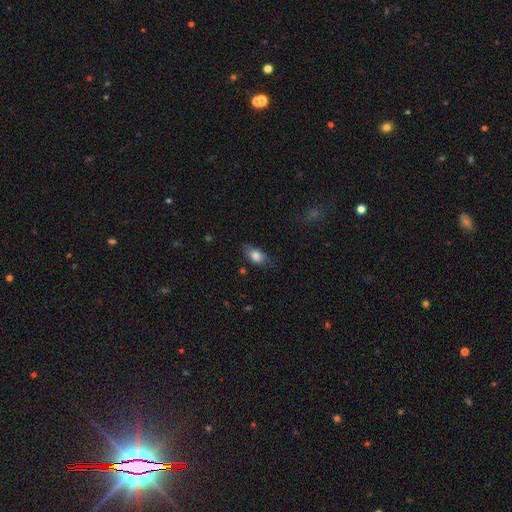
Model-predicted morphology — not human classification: smooth-or-featured: smooth: 79% | featured or disk: 13% | star or artifact: 8%
  how-rounded: in between: 83% | round: 10% | cigar-shaped: 8%
  merging: none: 71% | minor disturbance: 22% | major disturbance: 6% | merger: 1%